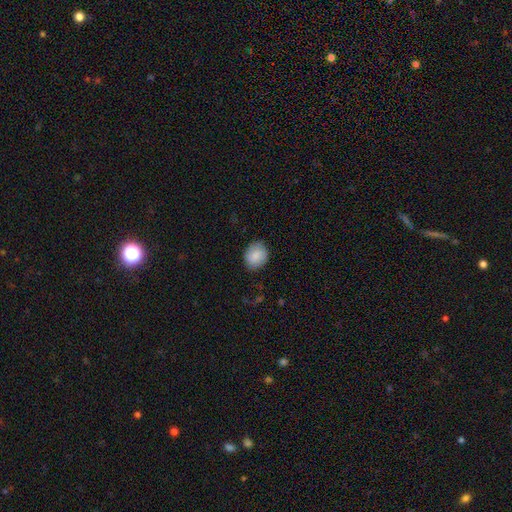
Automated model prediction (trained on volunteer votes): This is clearly a smooth galaxy (86%). How rounded: likely round (63%). Merging: clearly none (84%).